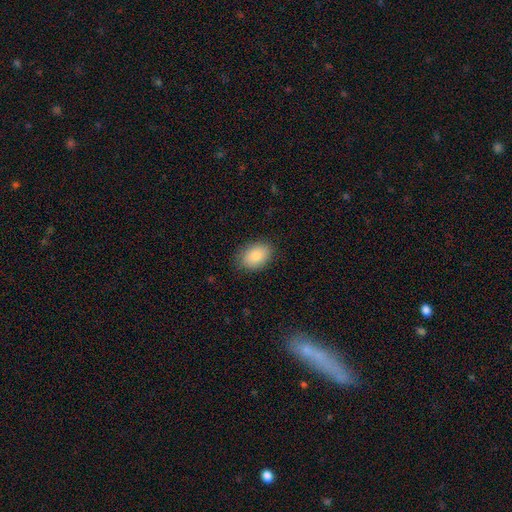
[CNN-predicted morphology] Smooth or featured: smooth — 86% (featured or disk — 7%)
How rounded: in between — 82% (round — 17%)
Merging: none — 84% (minor disturbance — 12%)